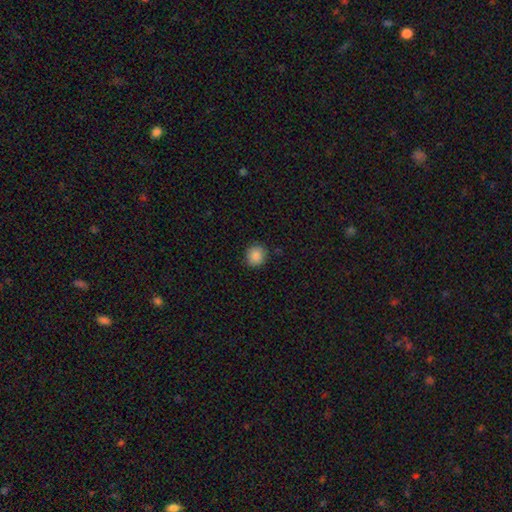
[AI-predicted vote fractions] Smooth or featured? Predicted: smooth (p=0.88). How rounded? Predicted: round (p=0.87). Merging? Predicted: none (p=0.89).